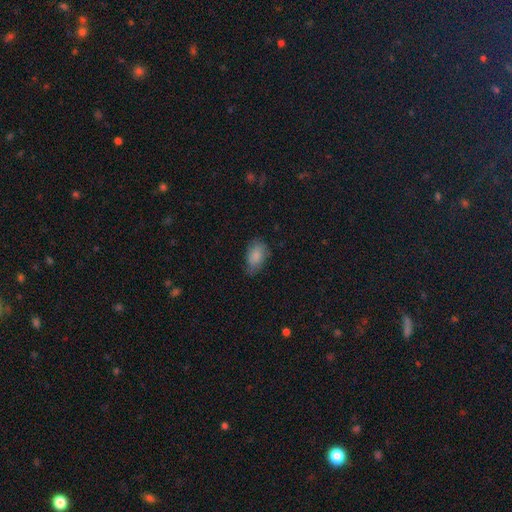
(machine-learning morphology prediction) Q: Smooth or featured?
A: smooth (83%); runner-up: featured or disk (10%)
Q: How rounded?
A: in between (91%); runner-up: round (8%)
Q: Merging?
A: none (64%); runner-up: minor disturbance (28%)